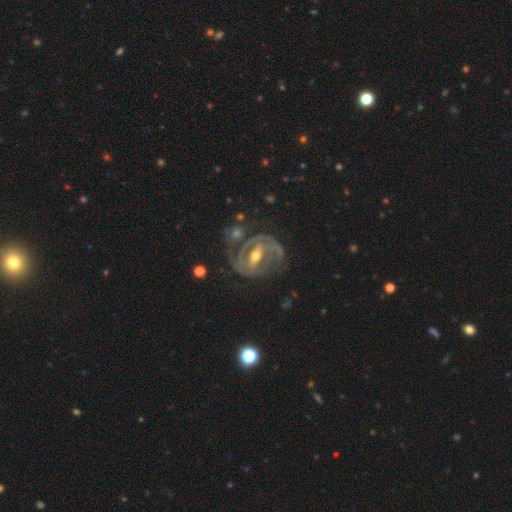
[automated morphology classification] featured or disk 89%, smooth 6%, star or artifact 5%. Down the decision tree: edge-on disk — no (96%); bar — strong (55%); spiral arms — yes (93%); spiral arm count — 2 (58%); spiral winding — tight (51%); bulge size — moderate (64%); merging — none (63%).